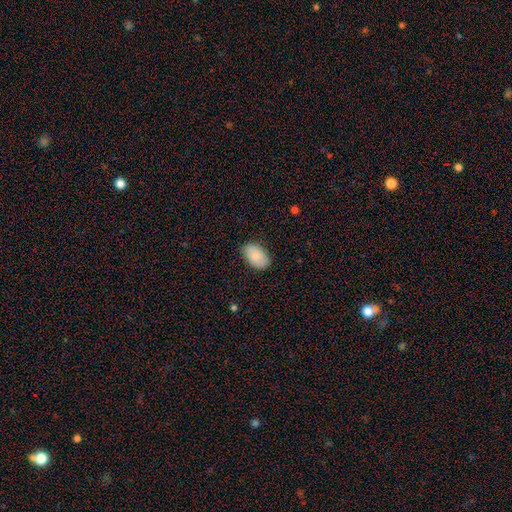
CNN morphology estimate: Q: Smooth or featured?
A: smooth (88%); runner-up: star or artifact (6%)
Q: How rounded?
A: in between (93%); runner-up: round (6%)
Q: Merging?
A: none (83%); runner-up: minor disturbance (14%)